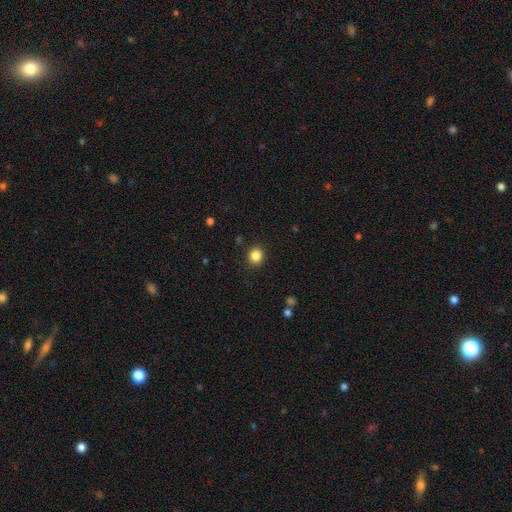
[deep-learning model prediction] A smooth galaxy with no disk features (85%) that is round (86%).

Vote fractions:
- Smooth or featured? smooth: 85% / star or artifact: 11% / featured or disk: 4%
- How rounded? round: 86% / in between: 13% / cigar-shaped: 1%
- Merging? none: 91% / minor disturbance: 6% / major disturbance: 2% / merger: 1%